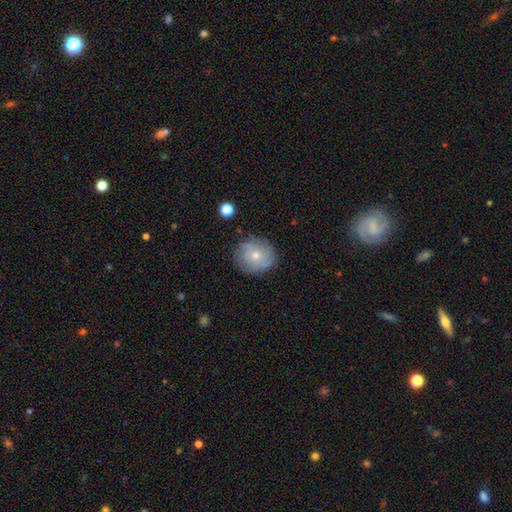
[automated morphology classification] Smooth or featured? smooth (51%)
How rounded? round (87%)
Merging? none (78%)